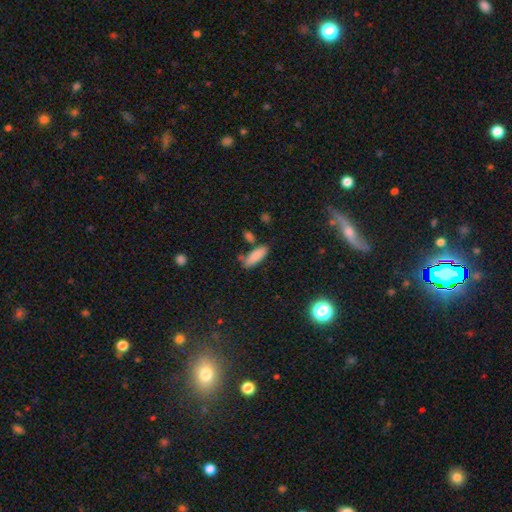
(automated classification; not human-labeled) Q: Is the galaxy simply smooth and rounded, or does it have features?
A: smooth — 85%.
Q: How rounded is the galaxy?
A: in between — 64%.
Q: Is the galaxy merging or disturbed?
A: none — 71%.